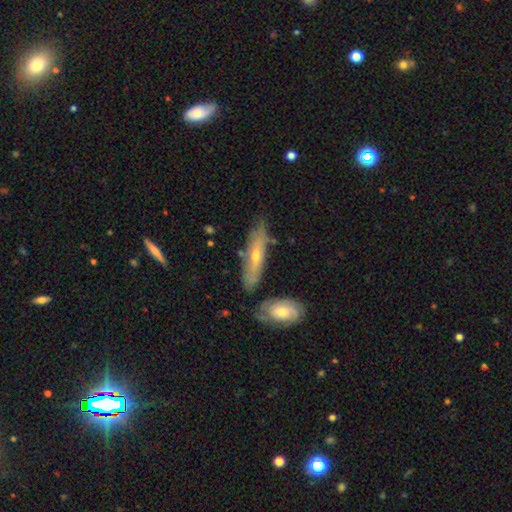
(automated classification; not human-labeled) This is possibly a featured or disk galaxy (56%). It is possibly viewed edge-on (54%). Merging: likely none (70%).